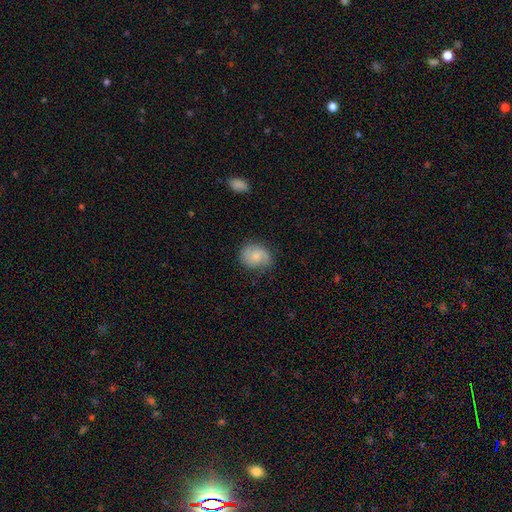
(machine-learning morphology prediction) Smooth or featured?
  - featured or disk: 51% *
  - smooth: 41%
  - star or artifact: 8%
Edge-on disk?
  - no: 98% *
  - yes: 2%
Merging?
  - none: 72% *
  - minor disturbance: 20%
  - major disturbance: 7%
  - merger: 1%